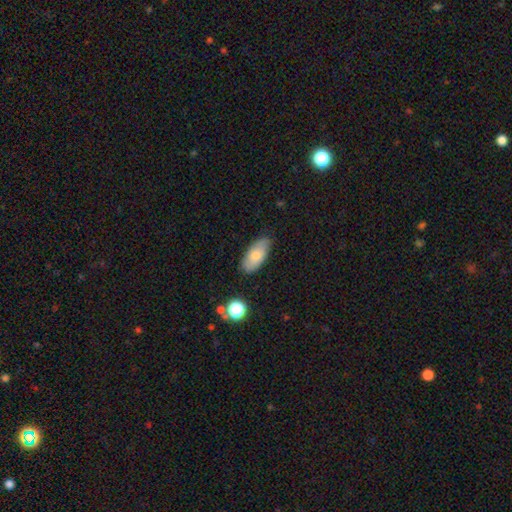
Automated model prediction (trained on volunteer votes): This is likely a smooth galaxy (75%). How rounded: clearly in between (90%). Merging: clearly none (81%).